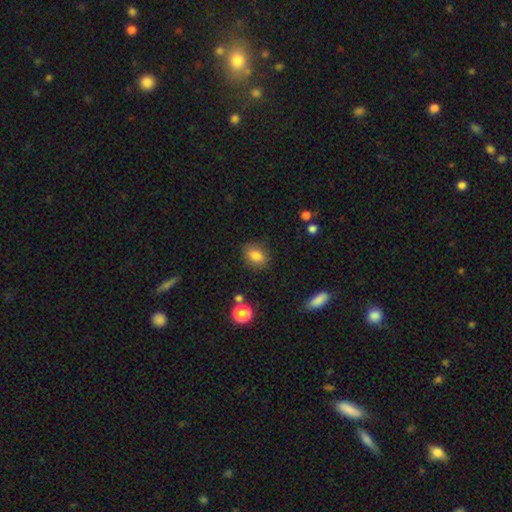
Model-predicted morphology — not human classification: smooth 83%, star or artifact 10%, featured or disk 7%. Down the decision tree: how rounded — in between (55%); merging — none (83%).